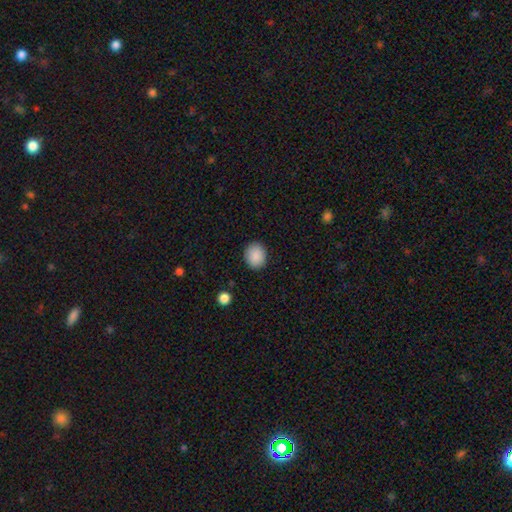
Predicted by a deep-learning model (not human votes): A smooth galaxy with no disk features (89%) that is round (60%). Merging: none (88%).